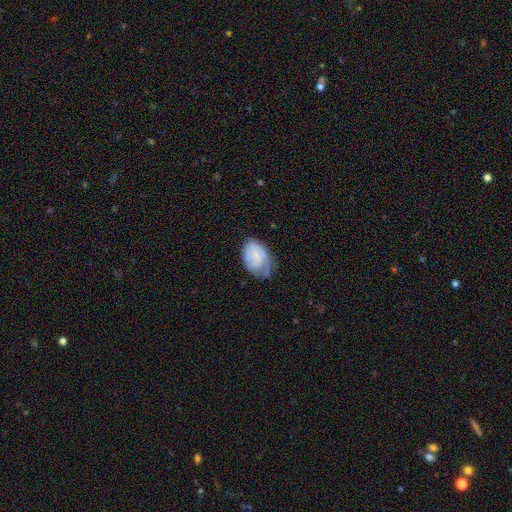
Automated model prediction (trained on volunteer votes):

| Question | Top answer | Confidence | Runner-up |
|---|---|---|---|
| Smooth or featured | smooth | 56% | featured or disk (36%) |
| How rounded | in between | 85% | round (14%) |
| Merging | minor disturbance | 40% | none (39%) |